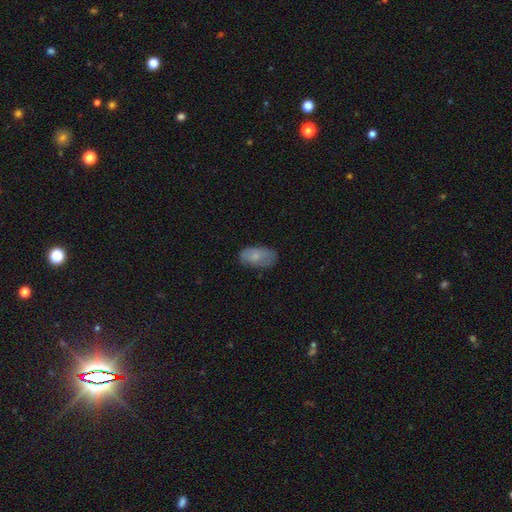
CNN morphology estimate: Q: Smooth or featured?
A: smooth (73%); runner-up: featured or disk (19%)
Q: How rounded?
A: in between (93%); runner-up: round (5%)
Q: Merging?
A: none (70%); runner-up: minor disturbance (24%)